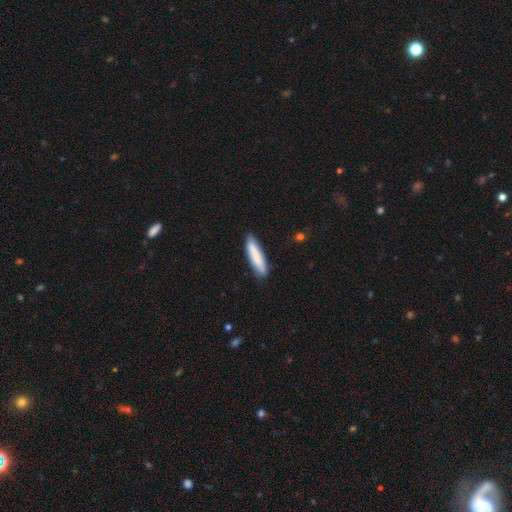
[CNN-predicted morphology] Smooth or featured?
  - smooth: 83% *
  - featured or disk: 11%
  - star or artifact: 5%
How rounded?
  - cigar-shaped: 81% *
  - in between: 18%
  - round: 1%
Merging?
  - none: 85% *
  - minor disturbance: 12%
  - major disturbance: 2%
  - merger: 1%